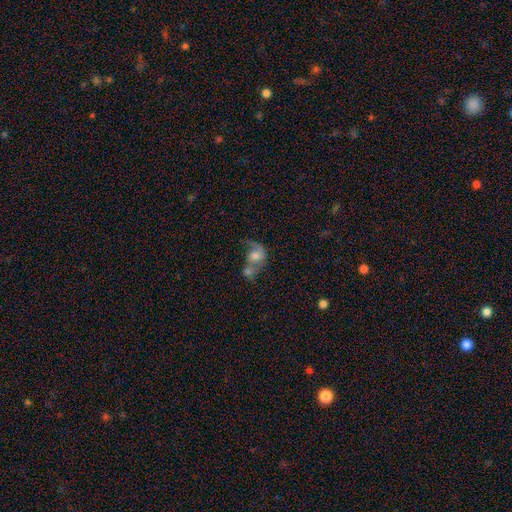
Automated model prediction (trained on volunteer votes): Smooth or featured? smooth (49%)
Merging? merger (62%)